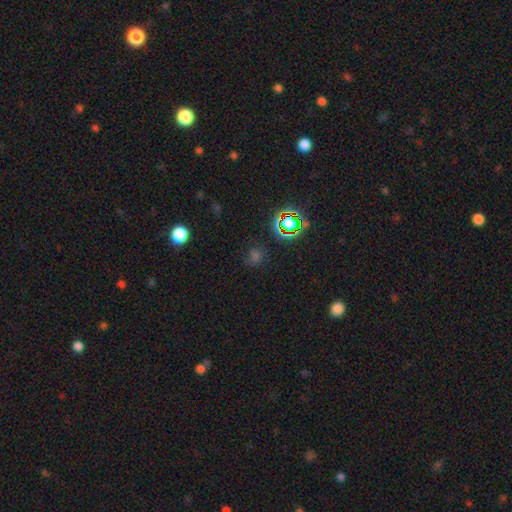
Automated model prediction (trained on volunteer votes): smooth-or-featured: smooth: 47% | star or artifact: 45% | featured or disk: 8%
  merging: none: 81% | minor disturbance: 11% | major disturbance: 5% | merger: 3%